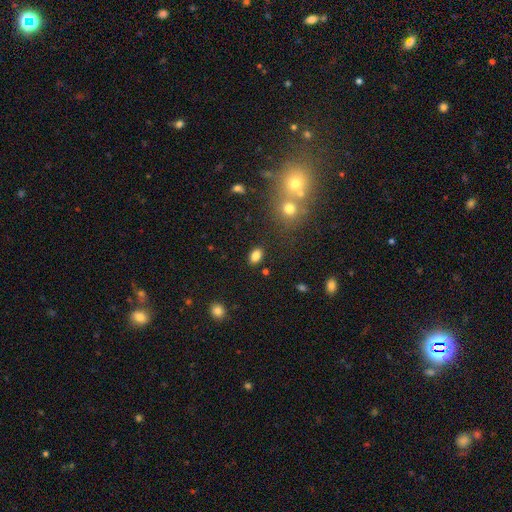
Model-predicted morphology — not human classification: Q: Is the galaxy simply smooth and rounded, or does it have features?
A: smooth — 83%.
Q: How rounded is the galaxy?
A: in between — 84%.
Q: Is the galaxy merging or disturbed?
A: none — 85%.